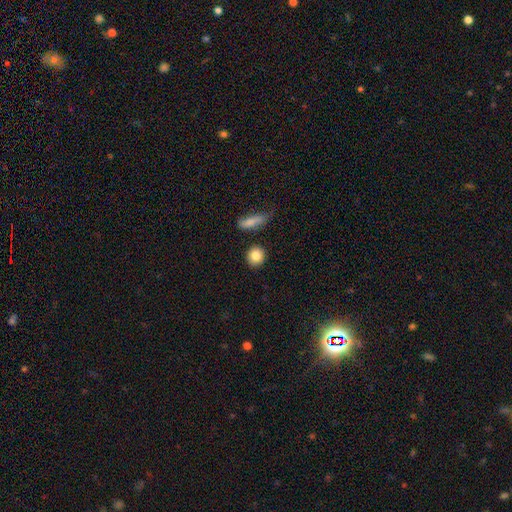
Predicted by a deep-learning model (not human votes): Q: Smooth or featured?
A: smooth (85%); runner-up: star or artifact (8%)
Q: How rounded?
A: round (83%); runner-up: in between (15%)
Q: Merging?
A: none (85%); runner-up: minor disturbance (8%)